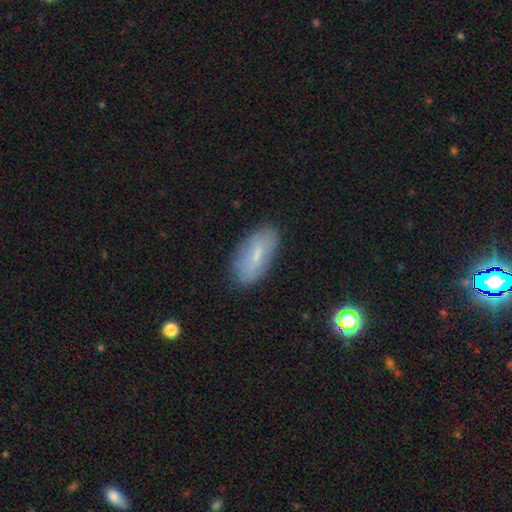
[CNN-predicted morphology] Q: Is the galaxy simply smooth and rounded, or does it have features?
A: smooth — 59%.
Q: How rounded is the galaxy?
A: in between — 88%.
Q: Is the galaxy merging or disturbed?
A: none — 81%.